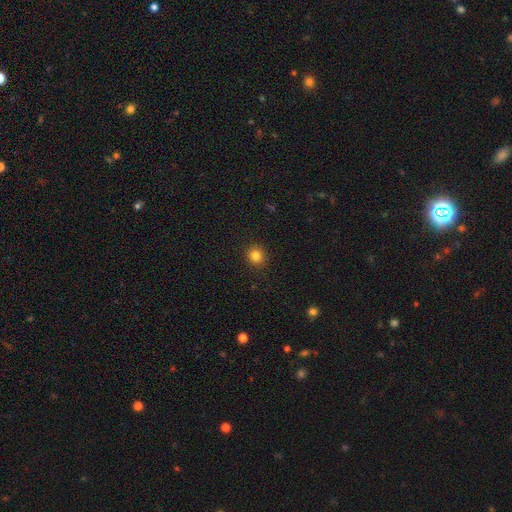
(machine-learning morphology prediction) This is clearly a smooth galaxy (83%). How rounded: clearly round (89%). Merging: clearly none (91%).